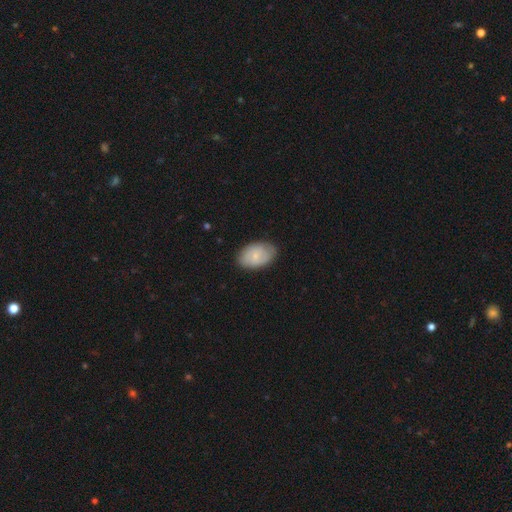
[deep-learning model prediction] smooth_or_featured: smooth (p=0.71) [alt: featured or disk p=0.23]
how_rounded: in between (p=0.89) [alt: round p=0.10]
merging: none (p=0.79) [alt: minor disturbance p=0.17]